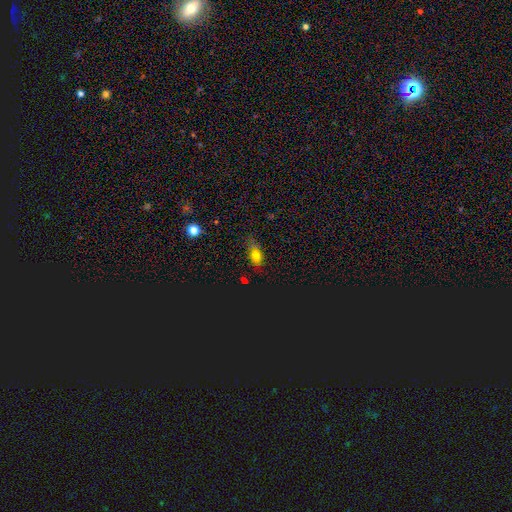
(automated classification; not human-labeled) smooth_or_featured: smooth (p=0.68) [alt: star or artifact p=0.22]
how_rounded: in between (p=0.75) [alt: round p=0.17]
merging: none (p=0.66) [alt: minor disturbance p=0.24]